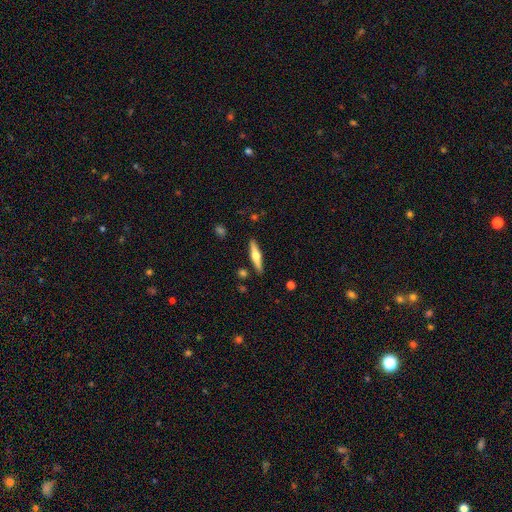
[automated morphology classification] Smooth or featured?
  - featured or disk: 55% *
  - smooth: 40%
  - star or artifact: 6%
Edge-on disk?
  - yes: 96% *
  - no: 4%
Edge-on bulge?
  - rounded: 92% *
  - boxy: 4%
  - none: 3%
Merging?
  - none: 88% *
  - minor disturbance: 8%
  - merger: 2%
  - major disturbance: 2%